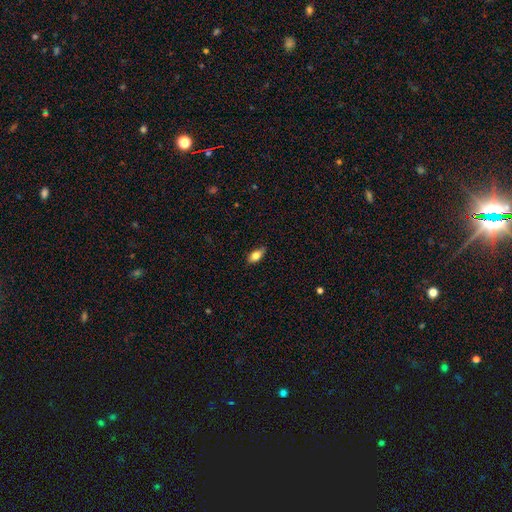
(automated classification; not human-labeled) Smooth or featured? smooth (76%)
How rounded? in between (85%)
Merging? none (80%)